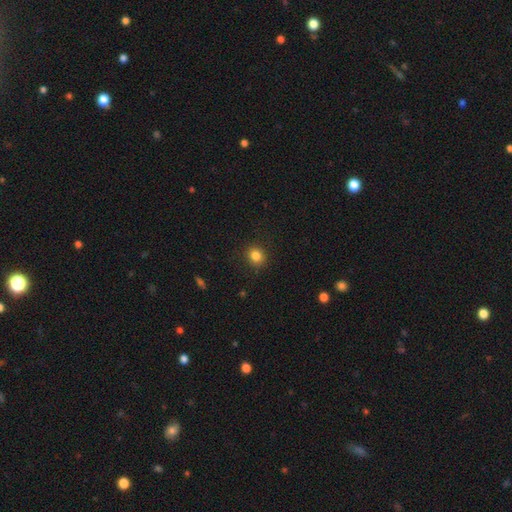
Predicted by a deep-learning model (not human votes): smooth_or_featured: smooth (p=0.84) [alt: star or artifact p=0.12]
how_rounded: round (p=0.84) [alt: in between p=0.15]
merging: none (p=0.89) [alt: minor disturbance p=0.07]